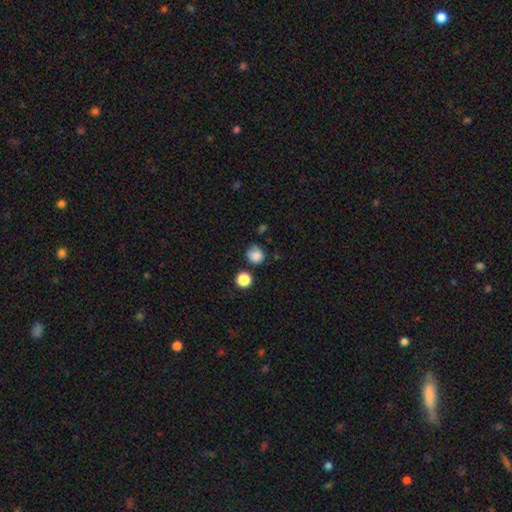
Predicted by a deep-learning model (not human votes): smooth_or_featured: smooth (p=0.84) [alt: star or artifact p=0.11]
how_rounded: round (p=0.85) [alt: in between p=0.14]
merging: none (p=0.70) [alt: minor disturbance p=0.19]